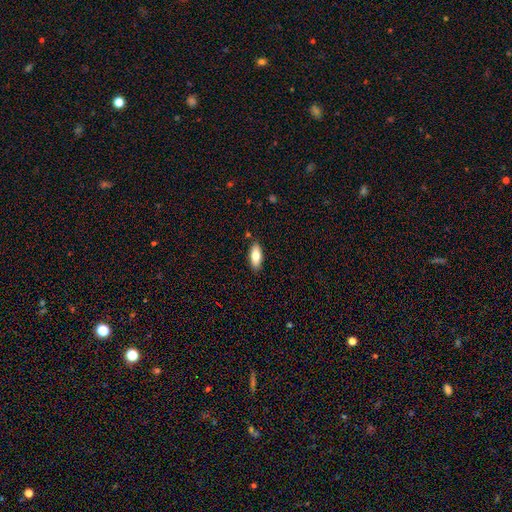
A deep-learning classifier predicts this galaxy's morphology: smooth-or-featured: smooth: 76% | featured or disk: 17% | star or artifact: 6%
  how-rounded: in between: 80% | cigar-shaped: 17% | round: 2%
  merging: none: 86% | minor disturbance: 10% | major disturbance: 2% | merger: 2%